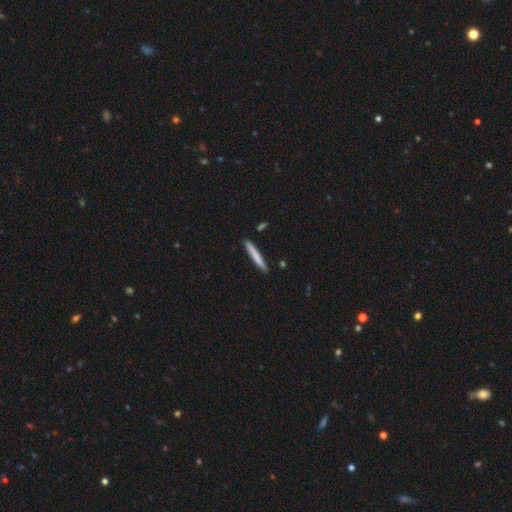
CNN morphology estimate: This is likely a smooth galaxy (74%). How rounded: clearly cigar-shaped (96%). Merging: clearly none (89%).